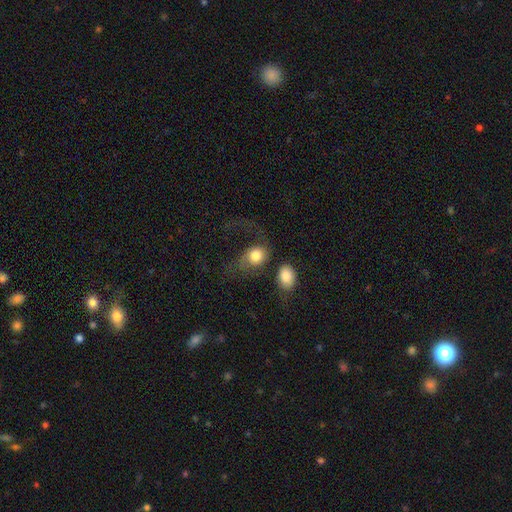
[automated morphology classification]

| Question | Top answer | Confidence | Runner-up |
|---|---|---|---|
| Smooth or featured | smooth | 67% | featured or disk (25%) |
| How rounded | round | 52% | in between (46%) |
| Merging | major disturbance | 39% | none (27%) |